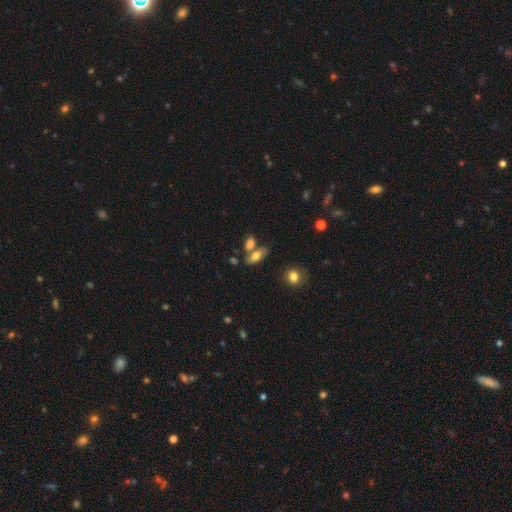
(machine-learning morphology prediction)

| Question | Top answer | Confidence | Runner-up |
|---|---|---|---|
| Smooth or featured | smooth | 70% | featured or disk (21%) |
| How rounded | in between | 76% | cigar-shaped (20%) |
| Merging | none | 53% | merger (32%) |